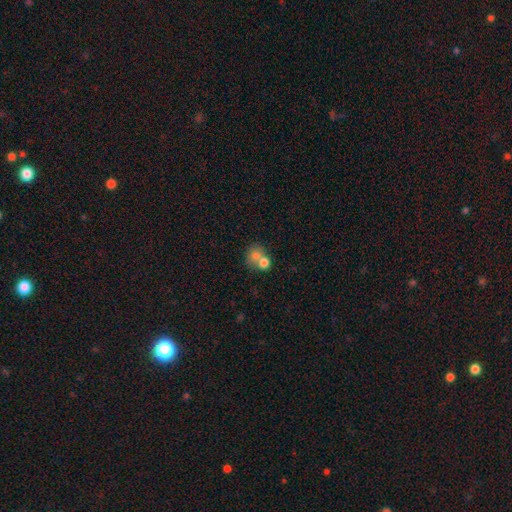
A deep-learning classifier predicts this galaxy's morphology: Smooth or featured?
  - smooth: 74% *
  - featured or disk: 15%
  - star or artifact: 11%
How rounded?
  - round: 71% *
  - in between: 28%
  - cigar-shaped: 1%
Merging?
  - merger: 57% *
  - none: 32%
  - minor disturbance: 7%
  - major disturbance: 4%